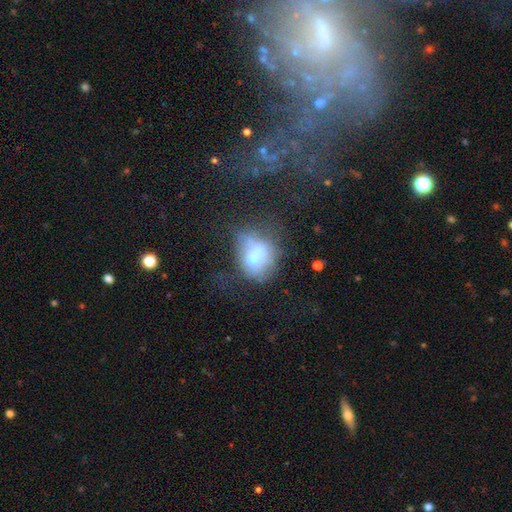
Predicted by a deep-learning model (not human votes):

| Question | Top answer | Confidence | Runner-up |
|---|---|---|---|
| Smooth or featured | smooth | 57% | featured or disk (30%) |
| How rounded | in between | 53% | round (46%) |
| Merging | major disturbance | 30% | none (29%) |